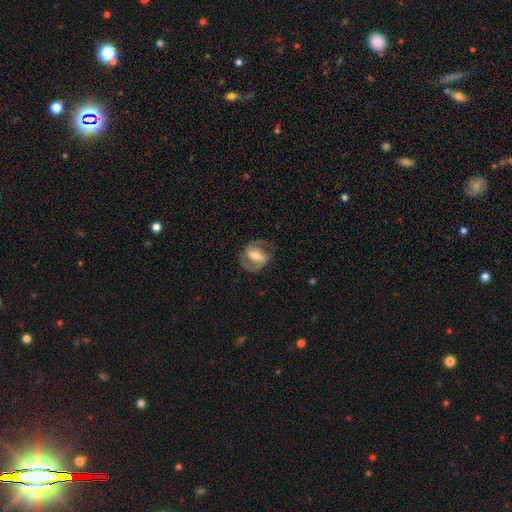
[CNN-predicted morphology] type=featured or disk (82%); edge-on=no (97%); bar=strong (46%); spiral arms=yes (93%); winding=medium (55%); arm count=2 (90%); bulge=moderate (54%); merging=none (78%).